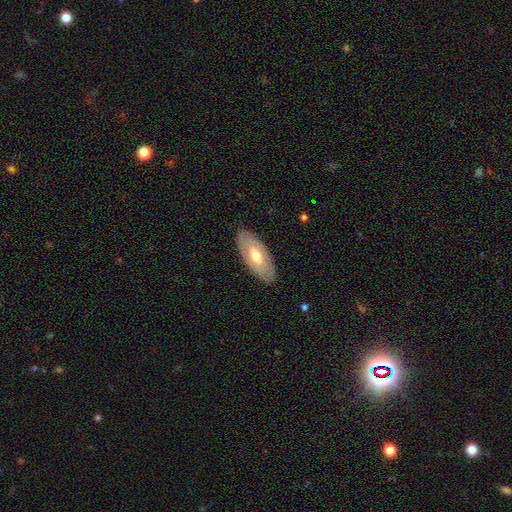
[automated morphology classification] smooth-or-featured: smooth: 48% | featured or disk: 47% | star or artifact: 5%
  merging: none: 86% | minor disturbance: 10% | major disturbance: 3% | merger: 1%